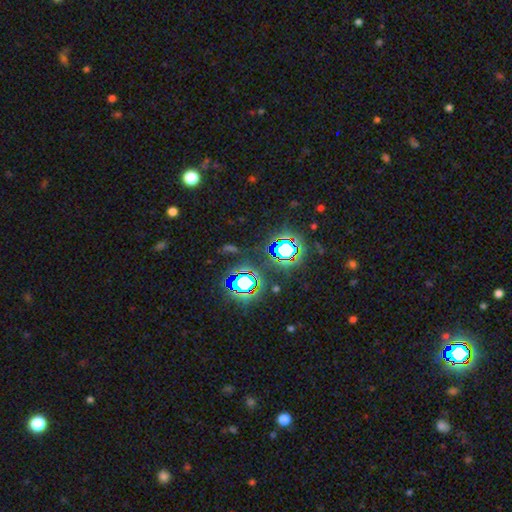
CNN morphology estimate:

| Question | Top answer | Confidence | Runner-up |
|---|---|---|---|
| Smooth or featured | star or artifact | 77% | smooth (14%) |